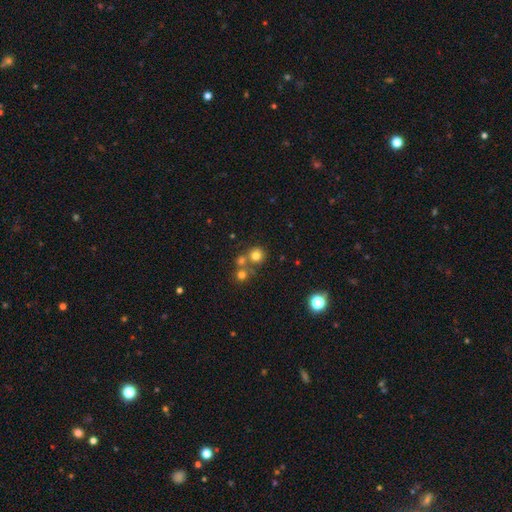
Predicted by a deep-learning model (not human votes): The model was most divided on "merging": none: 60%, merger: 29%, minor disturbance: 8%, major disturbance: 4%. More confident: how rounded — round (88%); smooth or featured — smooth (74%).